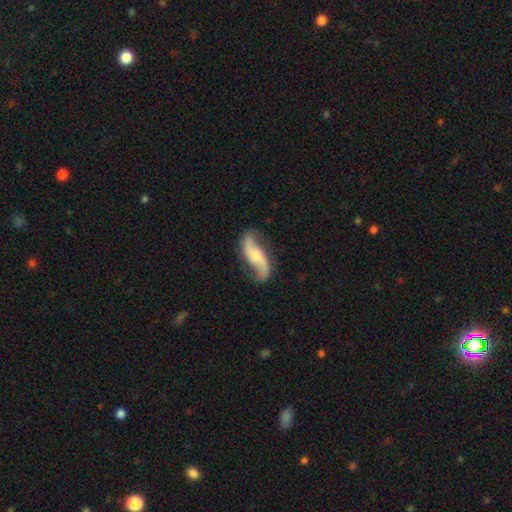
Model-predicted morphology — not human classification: A featured or disk galaxy (78%) with no bar (53%), 2 (92%) loose (78%) spiral arms (95%) and a moderate central bulge (48%). Merging: none (75%).